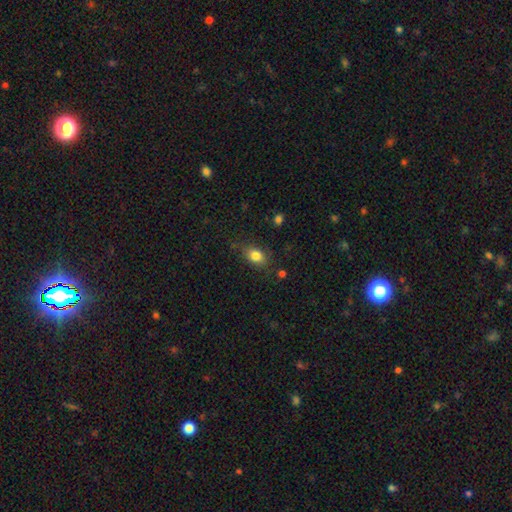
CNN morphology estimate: A smooth galaxy with no disk features (82%) that is in between round and cigar-shaped (74%). Merging: none (76%).